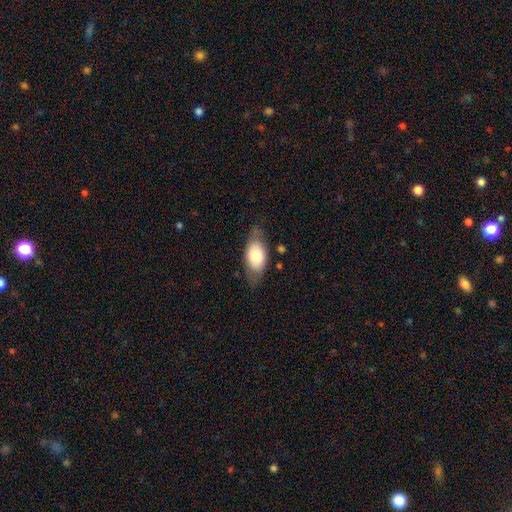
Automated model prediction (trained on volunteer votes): This appears to be a smooth galaxy with no disk features (70%) that is in between round and cigar-shaped (88%). Merging: none (68%).